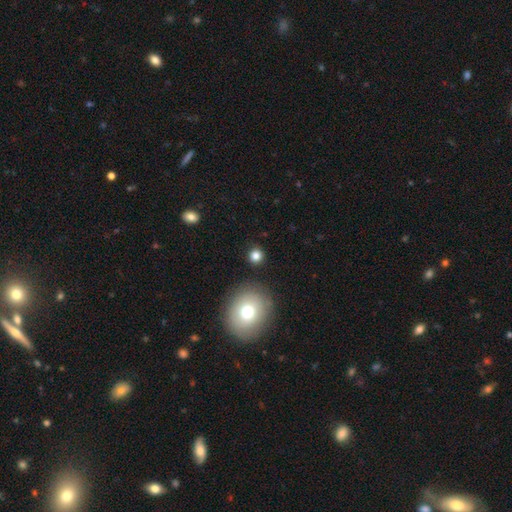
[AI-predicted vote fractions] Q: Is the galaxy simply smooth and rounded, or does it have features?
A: smooth — 82%.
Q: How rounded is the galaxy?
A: round — 90%.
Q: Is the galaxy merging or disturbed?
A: none — 88%.